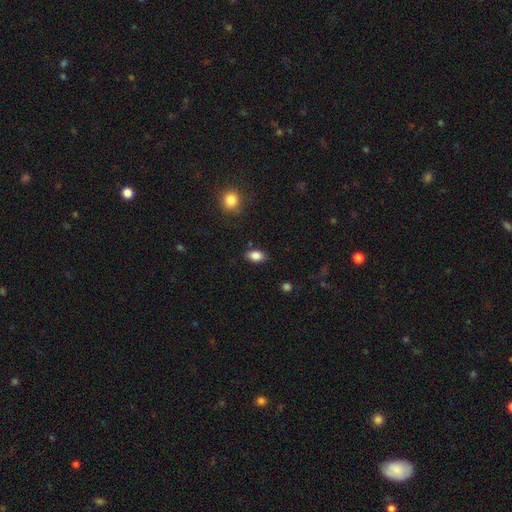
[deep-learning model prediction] smooth-or-featured: smooth: 83% | star or artifact: 8% | featured or disk: 8%
  how-rounded: in between: 88% | round: 8% | cigar-shaped: 3%
  merging: none: 85% | minor disturbance: 11% | major disturbance: 3% | merger: 2%